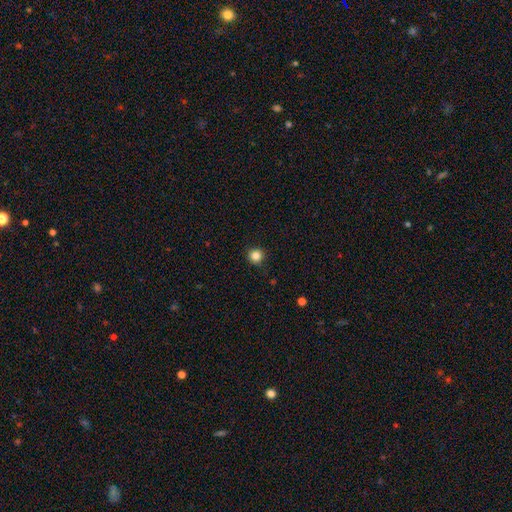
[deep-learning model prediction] This is clearly a smooth galaxy (84%). How rounded: clearly round (94%). Merging: clearly none (91%).